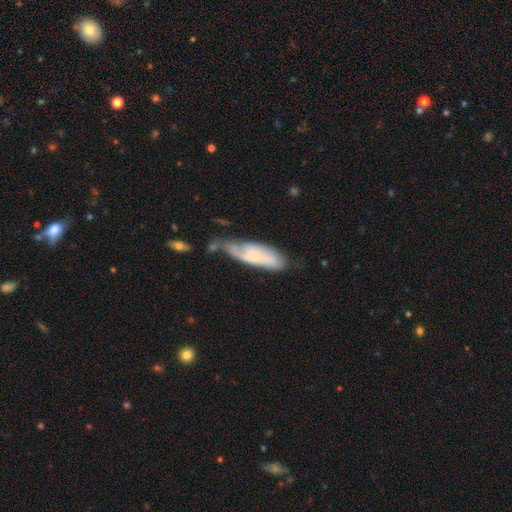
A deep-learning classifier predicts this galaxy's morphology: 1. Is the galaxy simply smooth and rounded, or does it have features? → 50% featured or disk, 43% smooth, 7% star or artifact.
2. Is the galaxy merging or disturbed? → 38% none, 34% minor disturbance, 16% major disturbance, 12% merger.